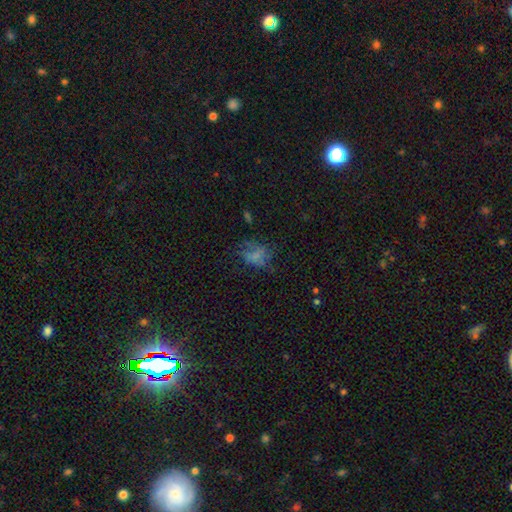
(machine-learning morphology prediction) Q: Smooth or featured?
A: smooth (52%); runner-up: featured or disk (28%)
Q: How rounded?
A: in between (64%); runner-up: round (34%)
Q: Merging?
A: none (44%); runner-up: major disturbance (30%)